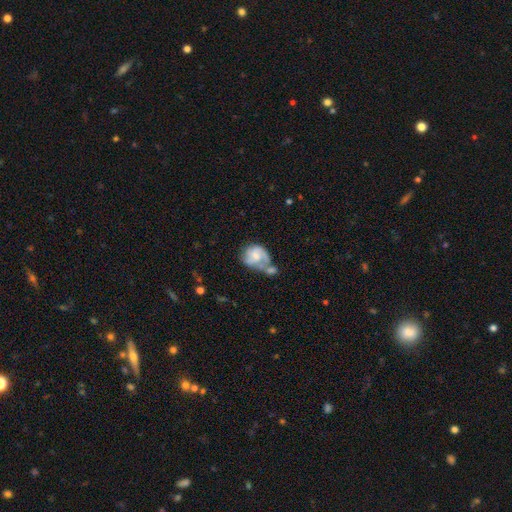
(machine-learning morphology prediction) Overall: featured or disk (55%; smooth 38%). Edge-on disk: no (97%). Bar: no (64%; weak 31%). Spiral arms: yes (73%). Bulge size: moderate (42%; small 36%). Merging: merger (37%; none 25%).